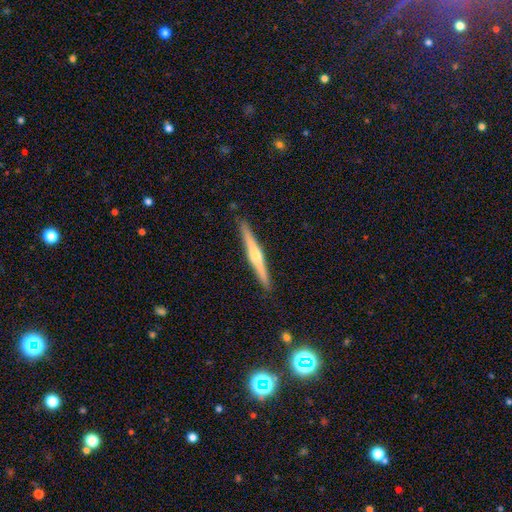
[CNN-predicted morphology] Overall: featured or disk (73%). Edge-on disk: yes (98%). Edge-on bulge: rounded (87%). Merging: none (91%).